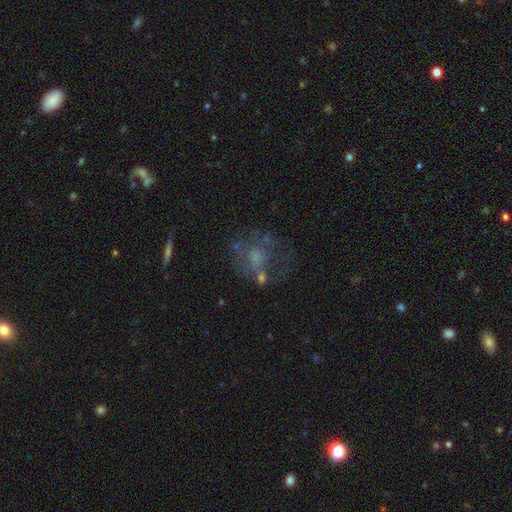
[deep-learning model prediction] Smooth or featured? featured or disk (43%)
Merging? none (44%)